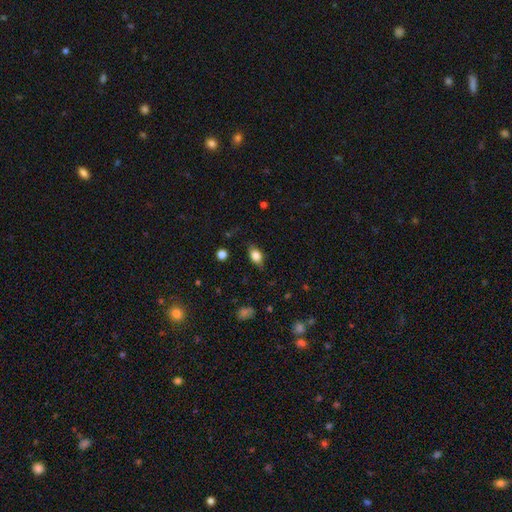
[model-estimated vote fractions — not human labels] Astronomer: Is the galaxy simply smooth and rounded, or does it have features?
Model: smooth — 77%.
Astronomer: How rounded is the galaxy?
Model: in between — 81%.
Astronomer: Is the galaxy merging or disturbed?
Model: none — 77%.